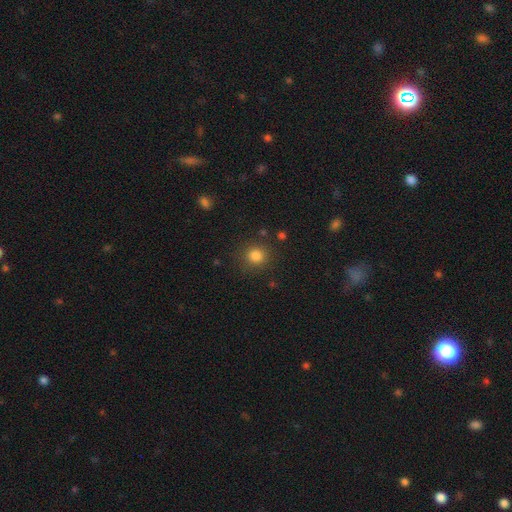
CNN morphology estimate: Q: Smooth or featured?
A: smooth (83%); runner-up: star or artifact (12%)
Q: How rounded?
A: round (89%); runner-up: in between (10%)
Q: Merging?
A: none (85%); runner-up: minor disturbance (9%)